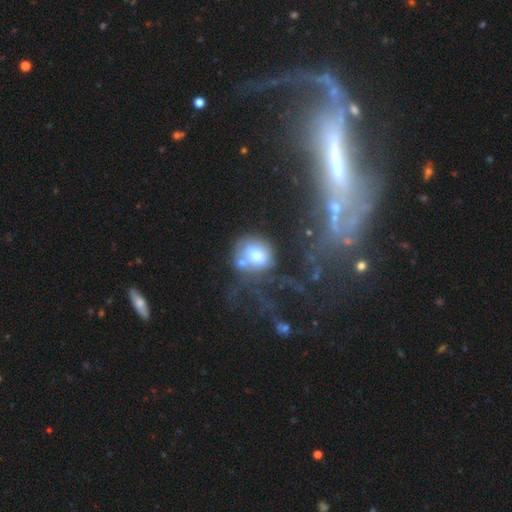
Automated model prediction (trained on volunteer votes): Overall: smooth (59%; featured or disk 29%). How rounded: round (59%; in between 40%). Merging: none (29%, tied with major disturbance).